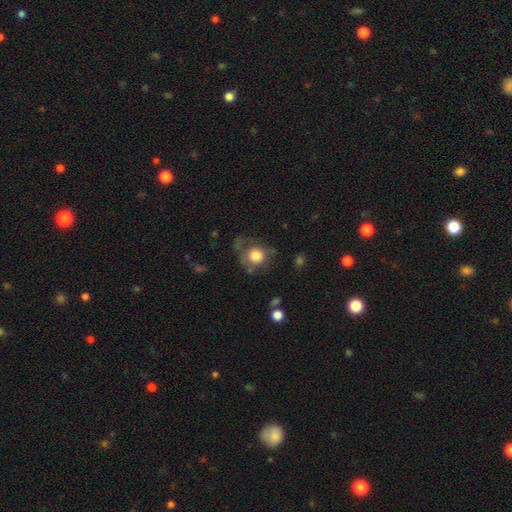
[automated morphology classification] Smooth or featured: smooth — 70% (featured or disk — 21%)
How rounded: round — 80% (in between — 19%)
Merging: none — 48% (major disturbance — 25%)